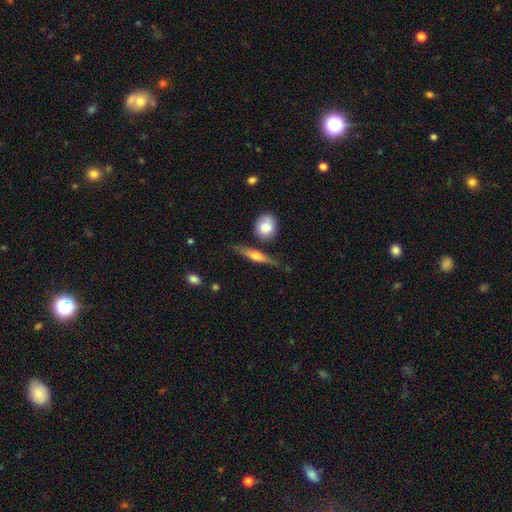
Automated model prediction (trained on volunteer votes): smooth_or_featured: featured or disk (p=0.54) [alt: smooth p=0.39]
disk_edge_on: yes (p=0.92) [alt: no p=0.08]
merging: none (p=0.76) [alt: minor disturbance p=0.15]